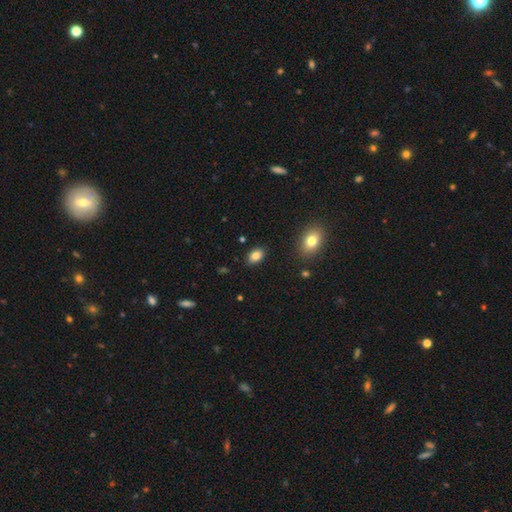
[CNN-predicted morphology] smooth 84%, star or artifact 10%, featured or disk 6%. Down the decision tree: how rounded — in between (82%); merging — none (87%).